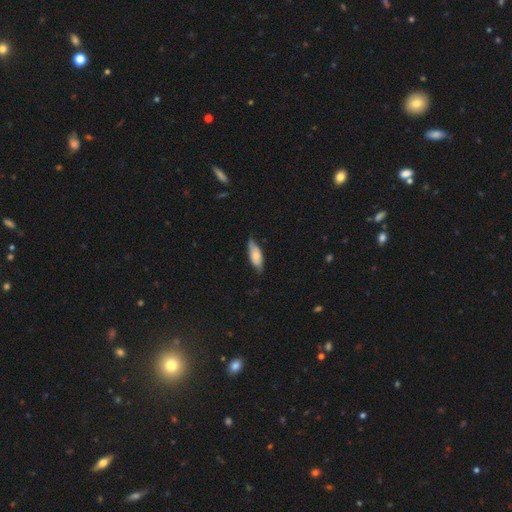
Smooth or featured?
  - smooth: 59% *
  - featured or disk: 35%
  - star or artifact: 5%
How rounded?
  - in between: 73% *
  - cigar-shaped: 27%
  - round: 0%
Merging?
  - none: 69% *
  - minor disturbance: 29%
  - merger: 3%
  - major disturbance: 0%